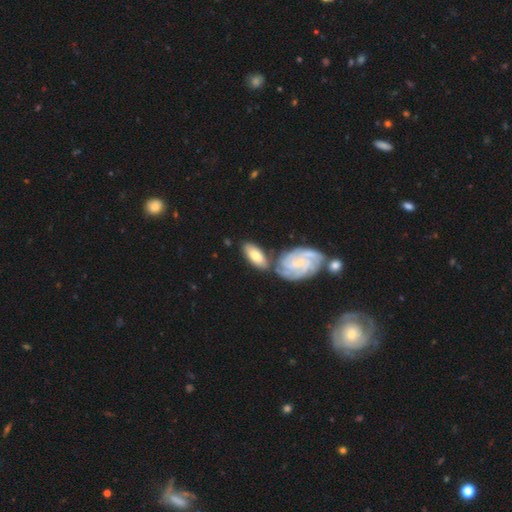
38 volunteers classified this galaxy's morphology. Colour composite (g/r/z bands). It shows a smooth galaxy with no disk features (53%) that is in between round and cigar-shaped (75%). Merging: none (42%).